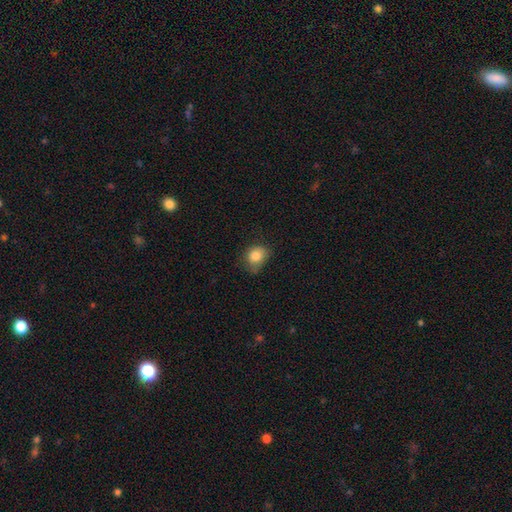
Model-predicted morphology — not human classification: Smooth or featured? smooth (83%)
How rounded? round (55%)
Merging? none (53%)